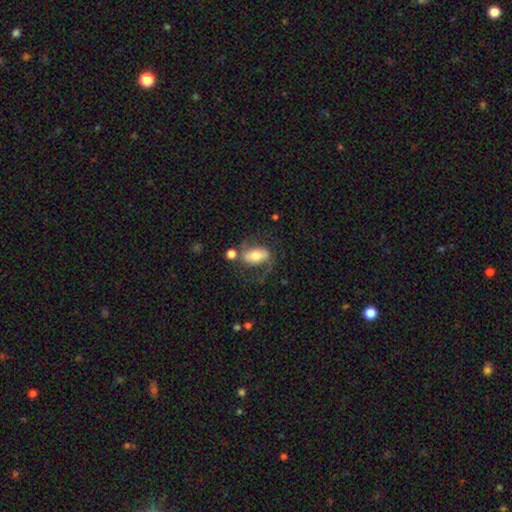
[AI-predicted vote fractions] Overall: smooth (47%; featured or disk 46%). Merging: none (49%; major disturbance 19%).